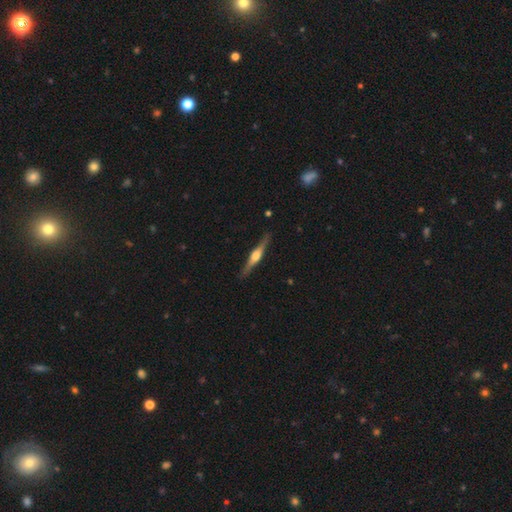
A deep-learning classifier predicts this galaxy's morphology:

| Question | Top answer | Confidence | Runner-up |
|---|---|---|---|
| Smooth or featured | featured or disk | 78% | smooth (17%) |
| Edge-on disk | yes | 98% | no (2%) |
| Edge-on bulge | rounded | 88% | boxy (10%) |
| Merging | none | 89% | minor disturbance (8%) |